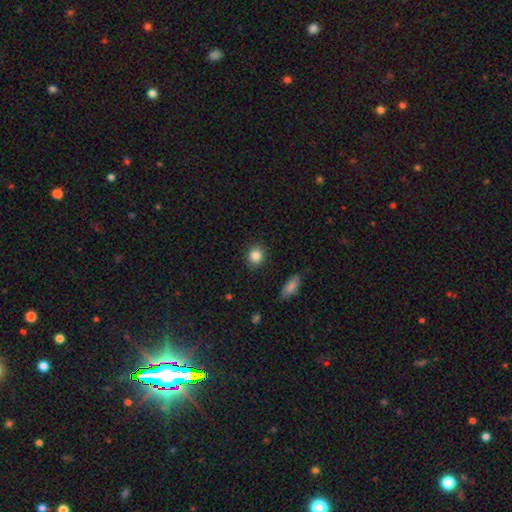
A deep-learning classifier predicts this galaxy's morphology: A smooth galaxy with no disk features (86%) that is round (80%).

Vote fractions:
- Smooth or featured? smooth: 86% / star or artifact: 9% / featured or disk: 5%
- How rounded? round: 80% / in between: 18% / cigar-shaped: 1%
- Merging? none: 89% / minor disturbance: 7% / major disturbance: 2% / merger: 1%